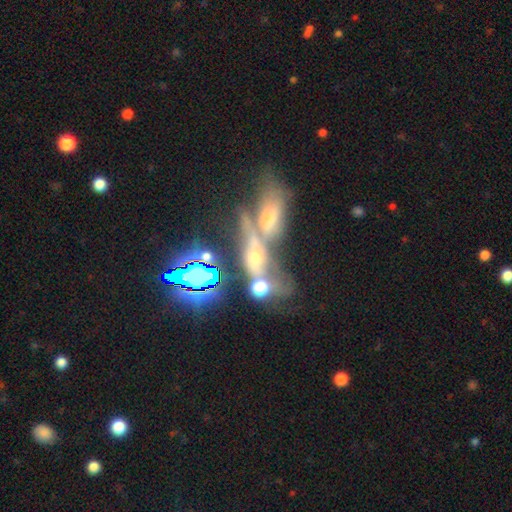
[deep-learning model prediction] featured or disk 38%, smooth 32%, star or artifact 30%. Down the decision tree: merging — merger (60%).